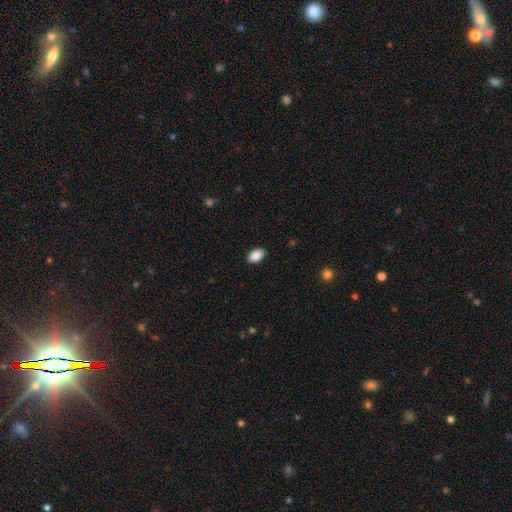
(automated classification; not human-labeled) Q: Smooth or featured?
A: smooth (90%); runner-up: star or artifact (7%)
Q: How rounded?
A: in between (93%); runner-up: round (6%)
Q: Merging?
A: none (89%); runner-up: minor disturbance (8%)